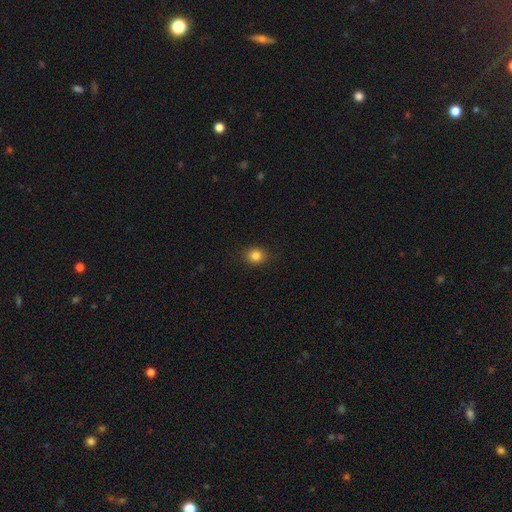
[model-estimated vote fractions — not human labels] smooth-or-featured: smooth: 84% | star or artifact: 11% | featured or disk: 5%
  how-rounded: round: 69% | in between: 30% | cigar-shaped: 1%
  merging: none: 90% | minor disturbance: 8% | major disturbance: 2% | merger: 1%